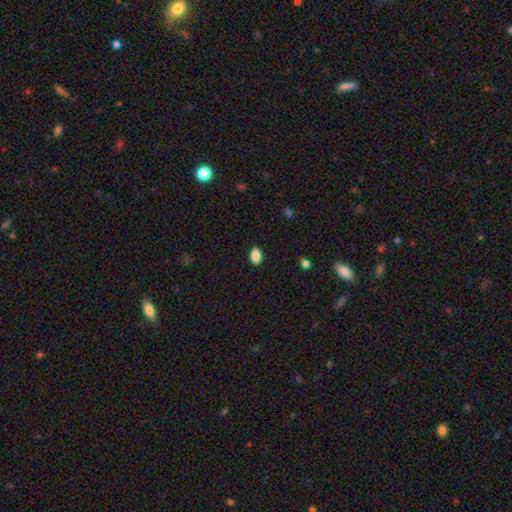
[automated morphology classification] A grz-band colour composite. It shows a smooth galaxy with no disk features (86%) that is in between round and cigar-shaped (87%). Merging: none (87%).